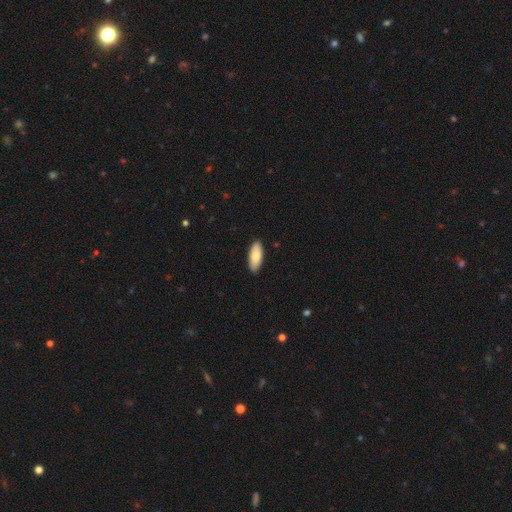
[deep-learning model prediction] The model was most divided on "how rounded": in between: 77%, cigar-shaped: 22%, round: 2%. More confident: merging — none (90%); smooth or featured — smooth (82%).